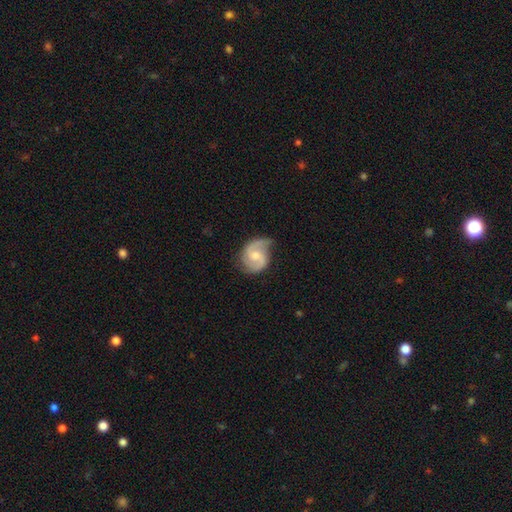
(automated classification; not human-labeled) Q: Smooth or featured?
A: featured or disk (82%); runner-up: smooth (13%)
Q: Edge-on disk?
A: no (98%); runner-up: yes (2%)
Q: Bar?
A: weak (47%); runner-up: no (46%)
Q: Spiral arms?
A: yes (96%); runner-up: no (4%)
Q: Spiral winding?
A: medium (52%); runner-up: tight (27%)
Q: Spiral arm count?
A: 2 (87%); runner-up: can't tell (5%)
Q: Bulge size?
A: moderate (59%); runner-up: small (30%)
Q: Merging?
A: none (64%); runner-up: minor disturbance (26%)